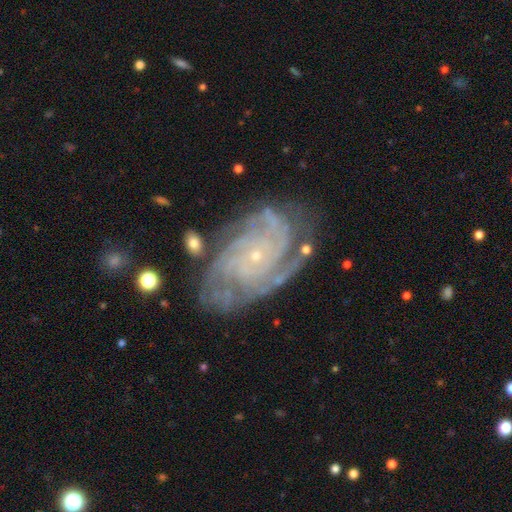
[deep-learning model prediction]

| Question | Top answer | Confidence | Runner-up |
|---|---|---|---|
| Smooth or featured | featured or disk | 90% | star or artifact (6%) |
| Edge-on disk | no | 97% | yes (3%) |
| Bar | no | 78% | weak (17%) |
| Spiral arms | yes | 98% | no (2%) |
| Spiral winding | tight | 74% | medium (23%) |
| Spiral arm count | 4 | 29% | 3 (19%) |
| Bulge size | small | 88% | moderate (8%) |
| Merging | none | 70% | minor disturbance (20%) |